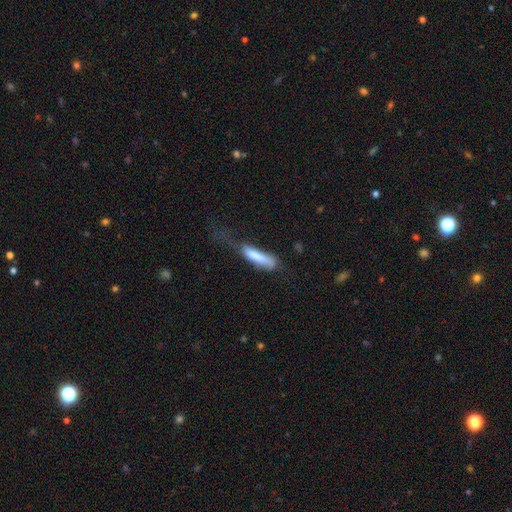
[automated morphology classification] This is likely a smooth galaxy (71%). How rounded: likely cigar-shaped (79%). Merging: marginally major disturbance (37%).